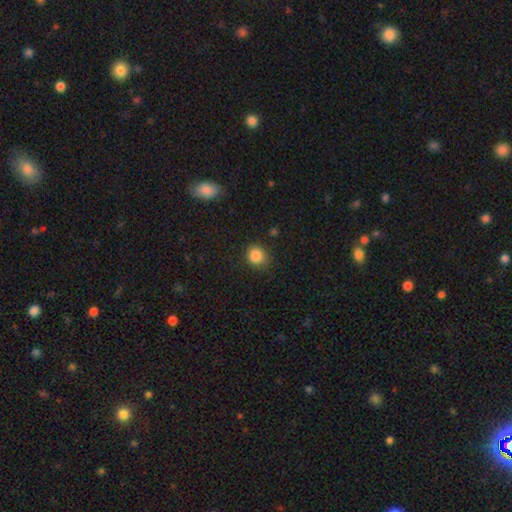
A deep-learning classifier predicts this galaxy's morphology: type=smooth (86%); roundness=round (79%); merging=none (77%).